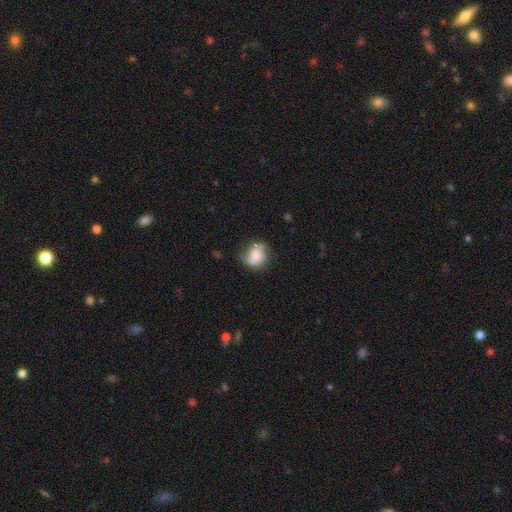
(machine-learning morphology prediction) type=smooth (49%); merging=none (61%).